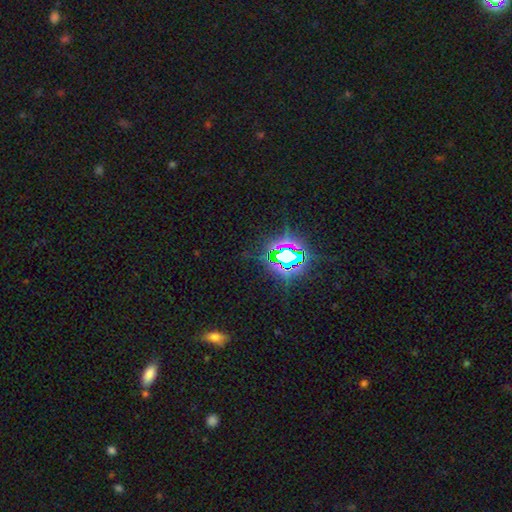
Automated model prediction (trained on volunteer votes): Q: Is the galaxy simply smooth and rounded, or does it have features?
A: star or artifact — 78%.